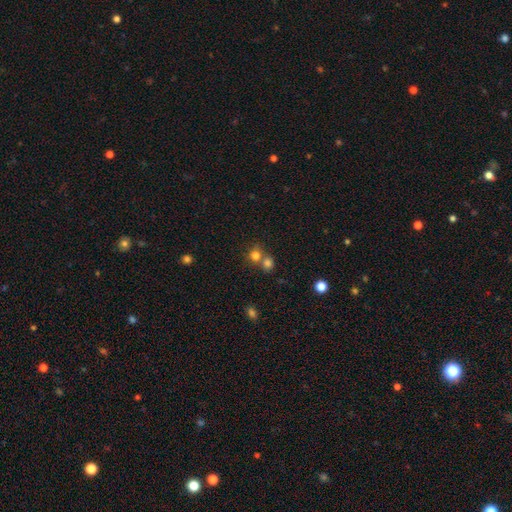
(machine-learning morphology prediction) smooth_or_featured: smooth (p=0.77) [alt: star or artifact p=0.14]
how_rounded: round (p=0.79) [alt: in between p=0.20]
merging: none (p=0.45) [tied with: merger p=0.45]